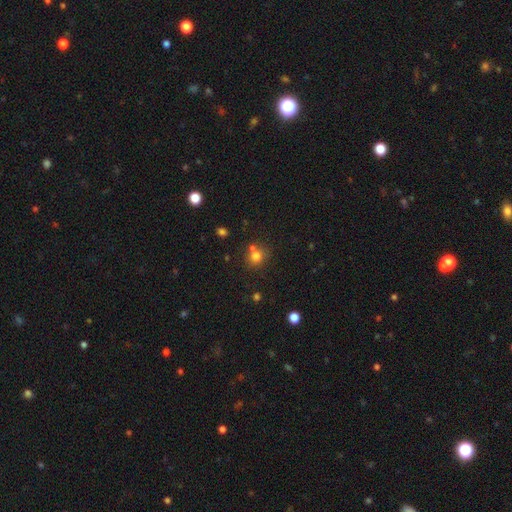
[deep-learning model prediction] Overall: smooth (76%). How rounded: round (81%). Merging: none (61%; merger 25%).